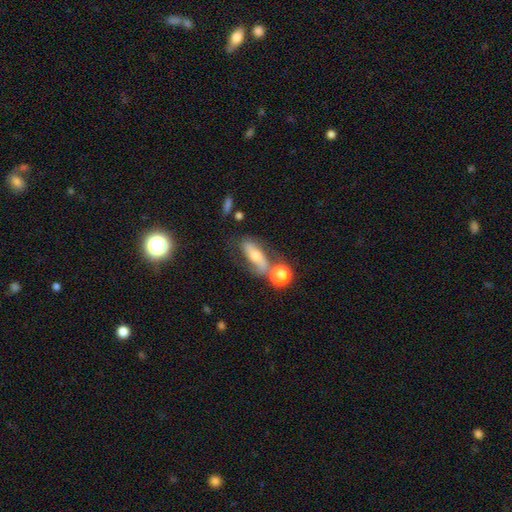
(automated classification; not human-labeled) Smooth or featured? Predicted: featured or disk (p=0.52). Edge-on disk? Predicted: no (p=0.73). Merging? Predicted: none (p=0.53).